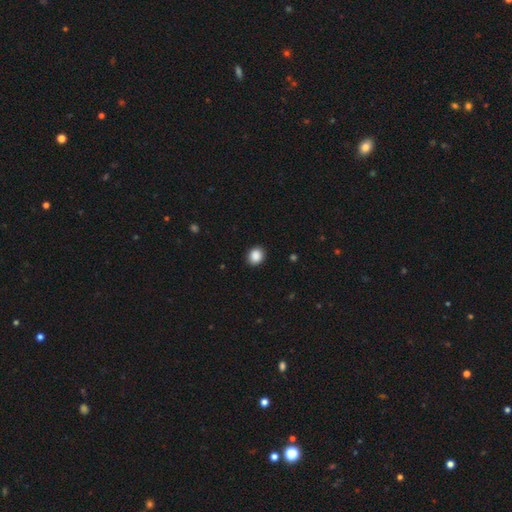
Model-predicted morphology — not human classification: smooth_or_featured: smooth (p=0.89) [alt: star or artifact p=0.09]
how_rounded: round (p=0.67) [alt: in between p=0.32]
merging: none (p=0.90) [alt: minor disturbance p=0.07]